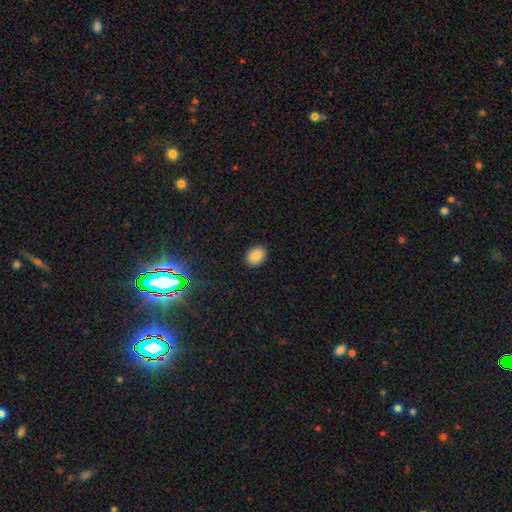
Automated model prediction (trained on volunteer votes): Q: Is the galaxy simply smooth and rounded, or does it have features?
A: smooth — 86%.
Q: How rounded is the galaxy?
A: in between — 77%.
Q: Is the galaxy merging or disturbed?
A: none — 89%.